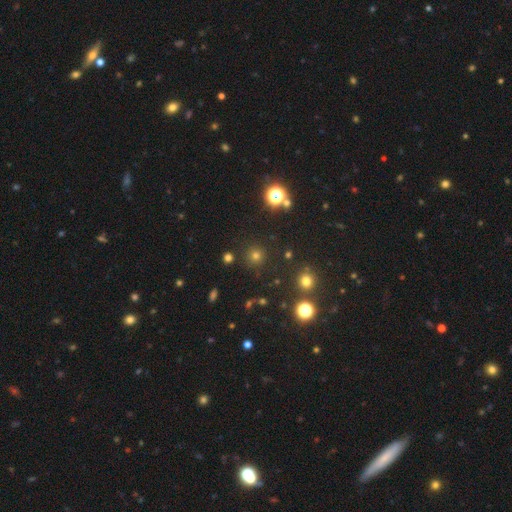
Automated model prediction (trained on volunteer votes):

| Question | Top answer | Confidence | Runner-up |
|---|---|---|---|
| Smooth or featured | smooth | 65% | star or artifact (28%) |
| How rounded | round | 95% | in between (4%) |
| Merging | none | 89% | minor disturbance (6%) |